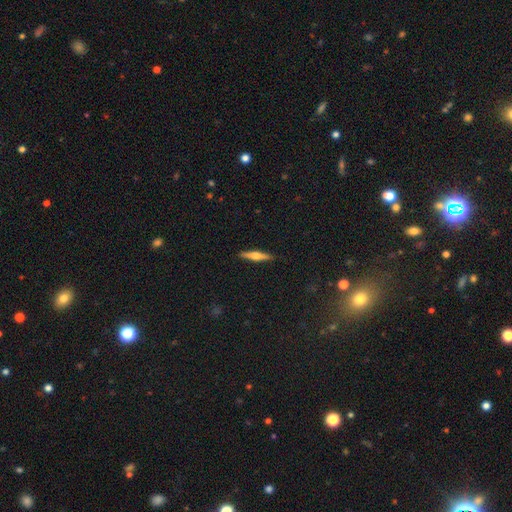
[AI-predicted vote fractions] smooth-or-featured: featured or disk: 61% | smooth: 33% | star or artifact: 6%
  disk-edge-on: yes: 97% | no: 3%
    edge-on-bulge: rounded: 89% | boxy: 7% | none: 4%
  merging: none: 90% | minor disturbance: 7% | major disturbance: 2% | merger: 1%